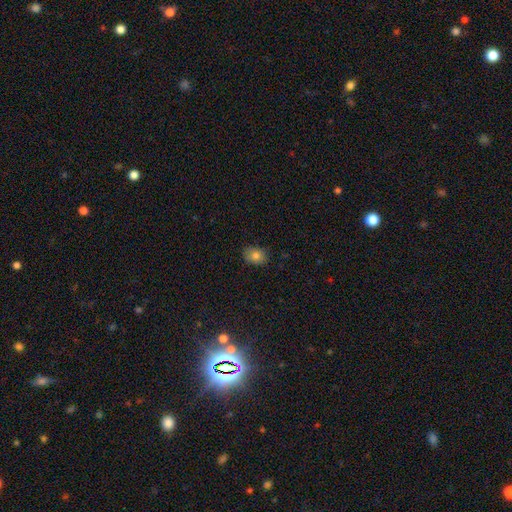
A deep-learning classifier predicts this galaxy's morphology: Smooth or featured? Predicted: smooth (p=0.80). How rounded? Predicted: in between (p=0.65). Merging? Predicted: none (p=0.84).